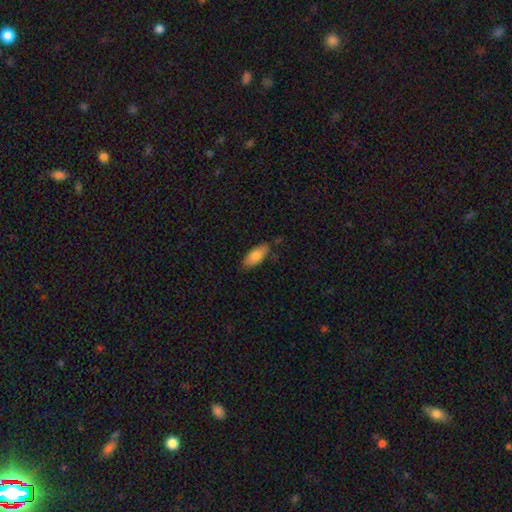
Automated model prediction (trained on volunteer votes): Smooth or featured?
  - smooth: 81% *
  - featured or disk: 13%
  - star or artifact: 6%
How rounded?
  - in between: 87% *
  - cigar-shaped: 11%
  - round: 2%
Merging?
  - none: 78% *
  - minor disturbance: 17%
  - major disturbance: 3%
  - merger: 2%